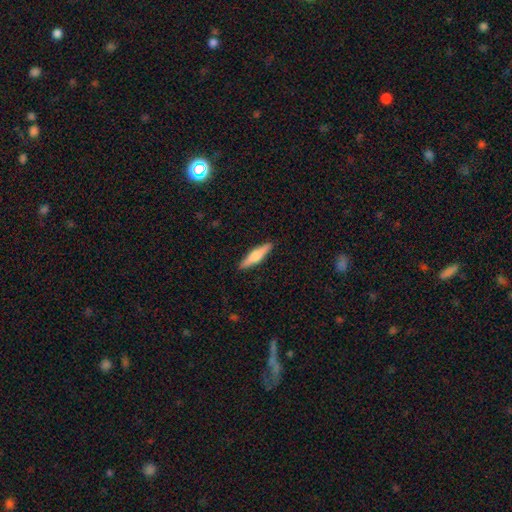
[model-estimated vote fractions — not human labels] Smooth or featured: featured or disk — 50% (smooth — 45%)
Merging: none — 91% (minor disturbance — 7%)